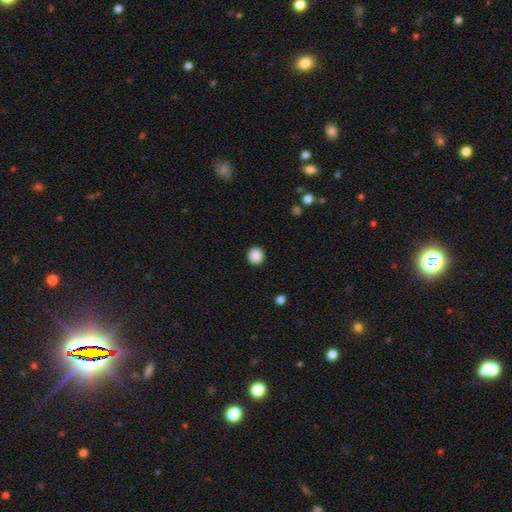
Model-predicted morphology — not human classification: smooth_or_featured: smooth (p=0.89) [alt: star or artifact p=0.09]
how_rounded: round (p=0.91) [alt: in between p=0.08]
merging: none (p=0.92) [alt: minor disturbance p=0.05]